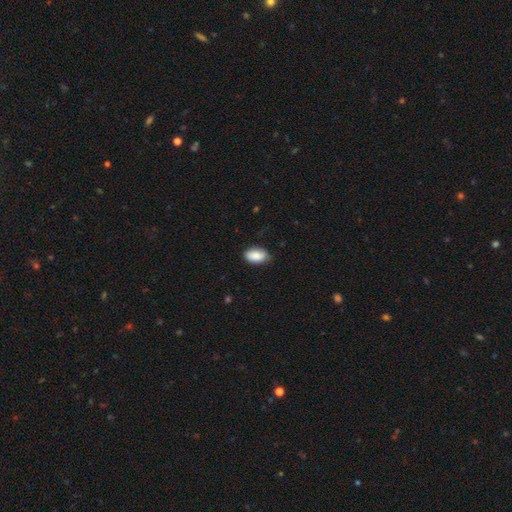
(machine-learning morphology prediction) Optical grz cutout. It shows a smooth galaxy with no disk features (89%) that is in between round and cigar-shaped (93%). Merging: none (81%).